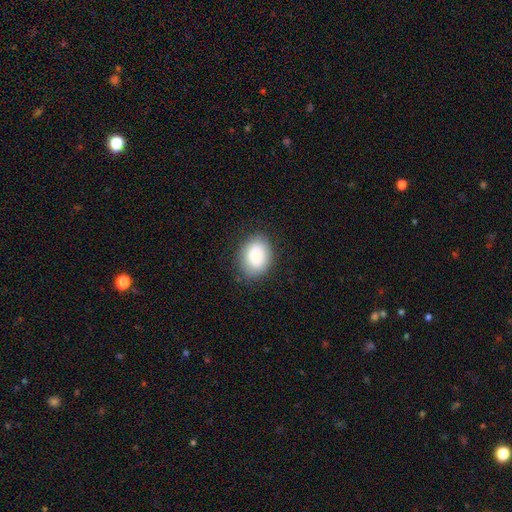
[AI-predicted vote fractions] Smooth or featured? smooth (84%)
How rounded? in between (68%)
Merging? none (80%)